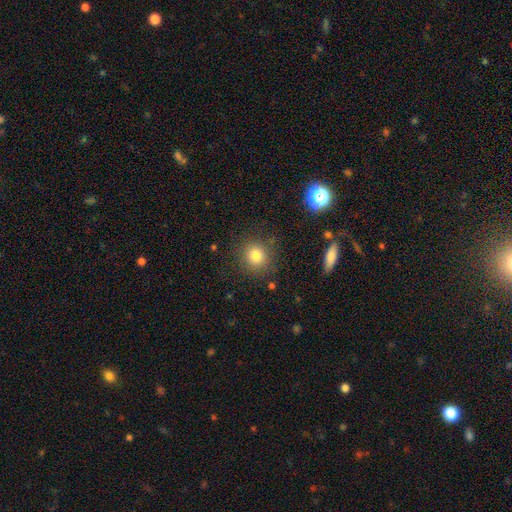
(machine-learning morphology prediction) smooth-or-featured: smooth: 79% | star or artifact: 13% | featured or disk: 8%
  how-rounded: round: 88% | in between: 11% | cigar-shaped: 1%
  merging: none: 86% | minor disturbance: 9% | major disturbance: 4% | merger: 2%